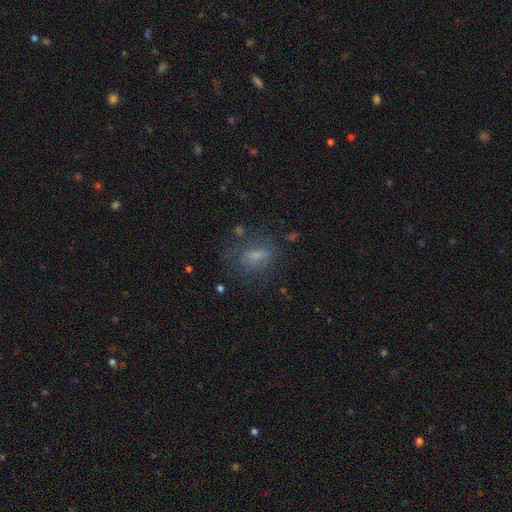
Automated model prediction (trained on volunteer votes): smooth 53%, featured or disk 30%, star or artifact 17%. Down the decision tree: how rounded — in between (61%); merging — none (60%).